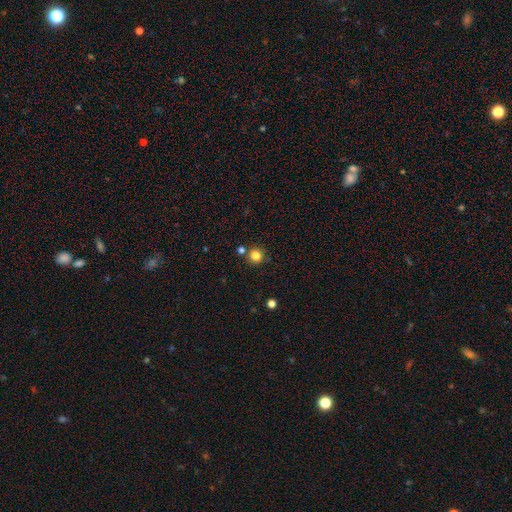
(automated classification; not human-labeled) smooth-or-featured: smooth: 81% | star or artifact: 13% | featured or disk: 6%
  how-rounded: round: 94% | in between: 5% | cigar-shaped: 1%
  merging: none: 79% | merger: 10% | minor disturbance: 9% | major disturbance: 3%